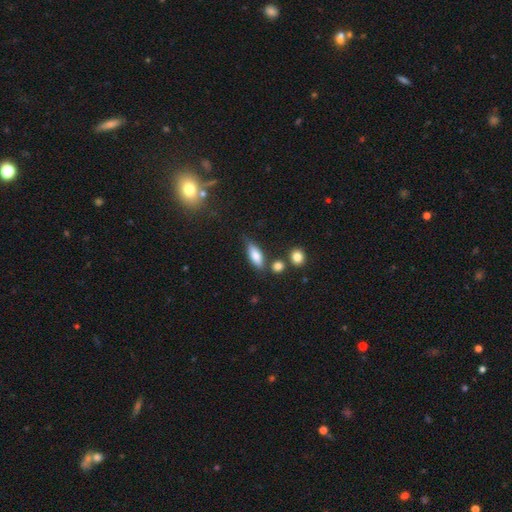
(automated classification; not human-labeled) A smooth galaxy with no disk features (77%) that is in between round and cigar-shaped (72%).

Vote fractions:
- Smooth or featured? smooth: 77% / featured or disk: 15% / star or artifact: 8%
- How rounded? in between: 72% / cigar-shaped: 25% / round: 3%
- Merging? none: 62% / minor disturbance: 23% / merger: 8% / major disturbance: 6%